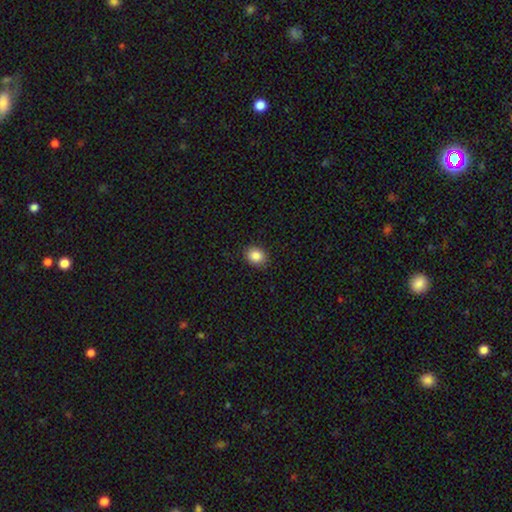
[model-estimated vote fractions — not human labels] Smooth or featured? smooth (87%)
How rounded? round (52%)
Merging? none (89%)